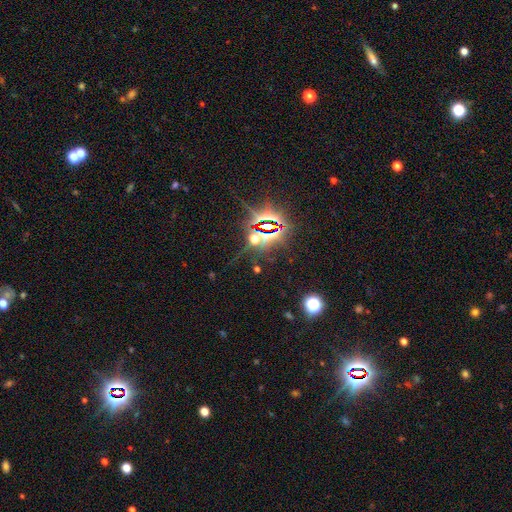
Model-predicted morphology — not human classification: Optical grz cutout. It shows a star or artifact, not a galaxy (82%).